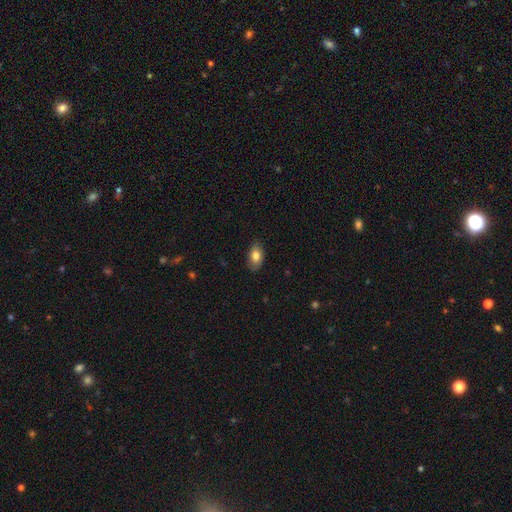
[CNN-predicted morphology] This is clearly a smooth galaxy (80%). How rounded: clearly in between (91%). Merging: clearly none (84%).